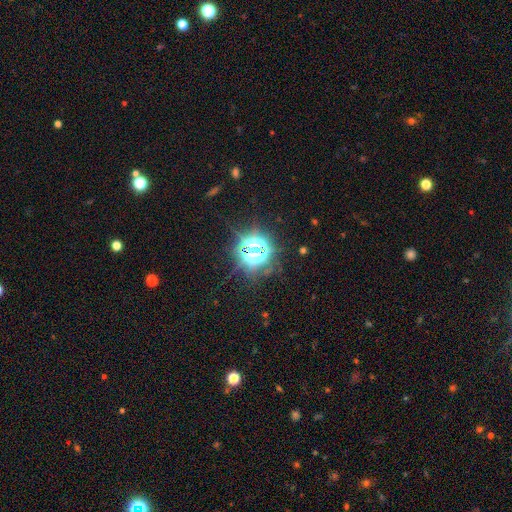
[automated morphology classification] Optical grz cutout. It shows a star or artifact, not a galaxy (82%).